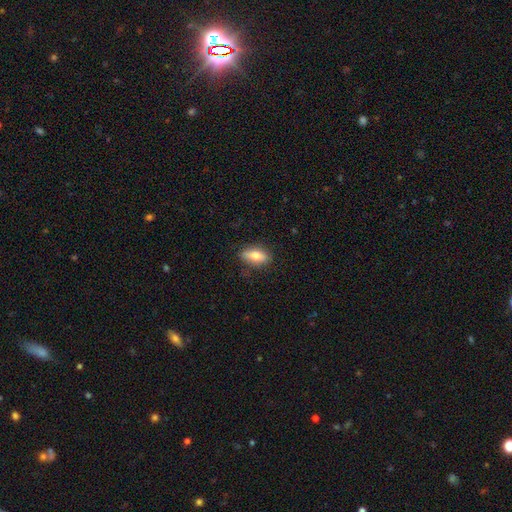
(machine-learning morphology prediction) Smooth or featured?
  - smooth: 70% *
  - featured or disk: 23%
  - star or artifact: 7%
How rounded?
  - in between: 79% *
  - cigar-shaped: 16%
  - round: 5%
Merging?
  - none: 82% *
  - minor disturbance: 14%
  - major disturbance: 3%
  - merger: 1%